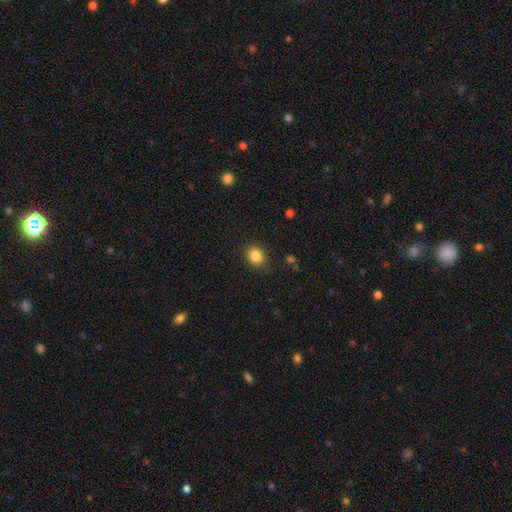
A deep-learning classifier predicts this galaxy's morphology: Smooth or featured? Predicted: smooth (p=0.85). How rounded? Predicted: round (p=0.65). Merging? Predicted: none (p=0.85).